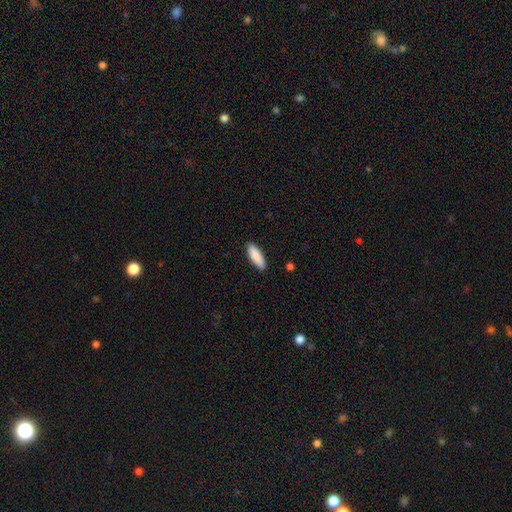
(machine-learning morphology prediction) A smooth galaxy with no disk features (88%) that is cigar-shaped (52%).

Vote fractions:
- Smooth or featured? smooth: 88% / featured or disk: 6% / star or artifact: 6%
- How rounded? cigar-shaped: 52% / in between: 47% / round: 1%
- Merging? none: 88% / minor disturbance: 9% / major disturbance: 2% / merger: 1%